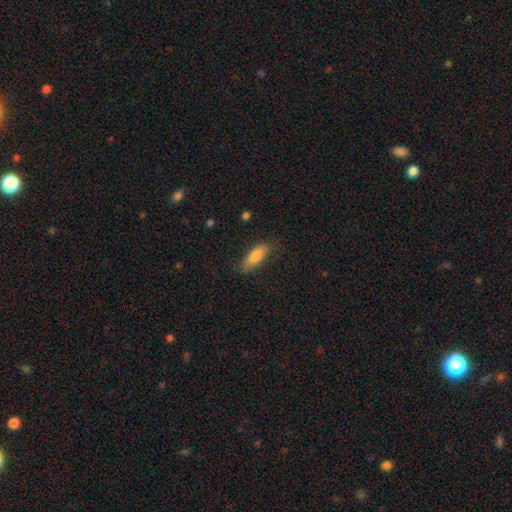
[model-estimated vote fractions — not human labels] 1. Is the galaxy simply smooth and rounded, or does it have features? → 80% smooth, 13% featured or disk, 7% star or artifact.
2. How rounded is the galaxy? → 64% in between, 34% cigar-shaped, 2% round.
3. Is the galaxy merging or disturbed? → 74% none, 20% minor disturbance, 5% major disturbance, 1% merger.